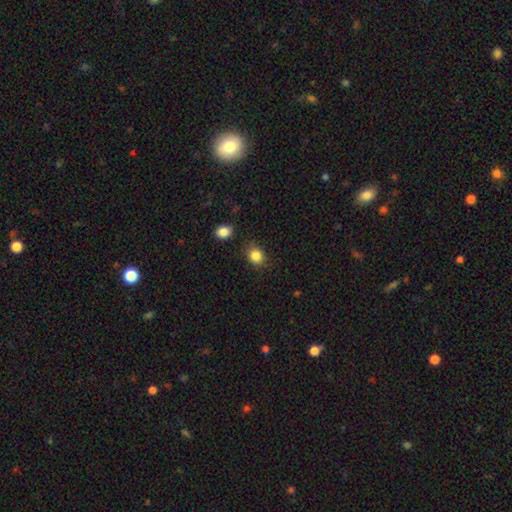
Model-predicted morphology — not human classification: type=smooth (85%); roundness=round (62%); merging=none (79%).